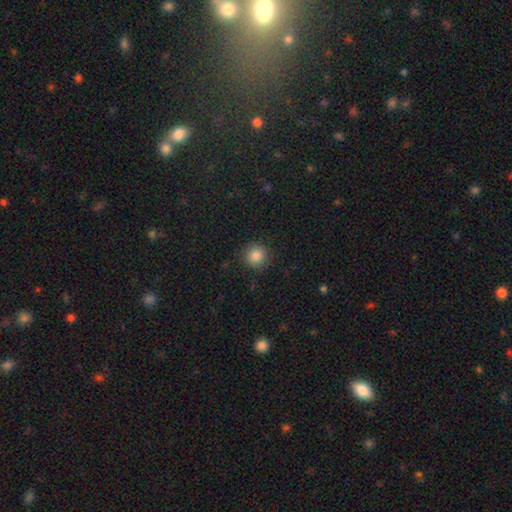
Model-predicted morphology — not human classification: A smooth galaxy with no disk features (85%) that is round (92%).

Vote fractions:
- Smooth or featured? smooth: 85% / star or artifact: 10% / featured or disk: 5%
- How rounded? round: 92% / in between: 7% / cigar-shaped: 1%
- Merging? none: 88% / minor disturbance: 8% / major disturbance: 3% / merger: 1%